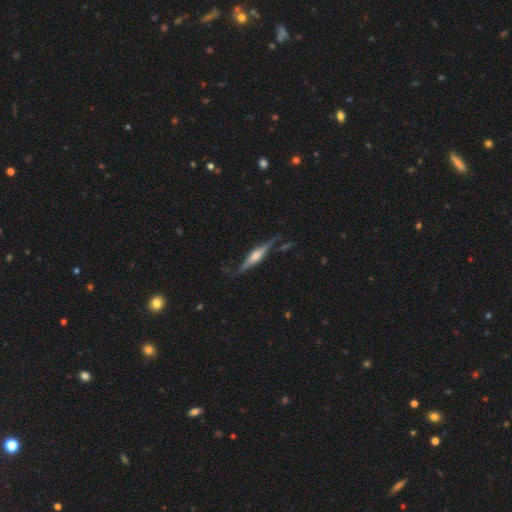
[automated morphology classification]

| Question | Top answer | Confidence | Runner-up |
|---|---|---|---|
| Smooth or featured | featured or disk | 76% | smooth (18%) |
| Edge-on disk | yes | 97% | no (3%) |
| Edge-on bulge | rounded | 80% | boxy (16%) |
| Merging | none | 78% | minor disturbance (14%) |